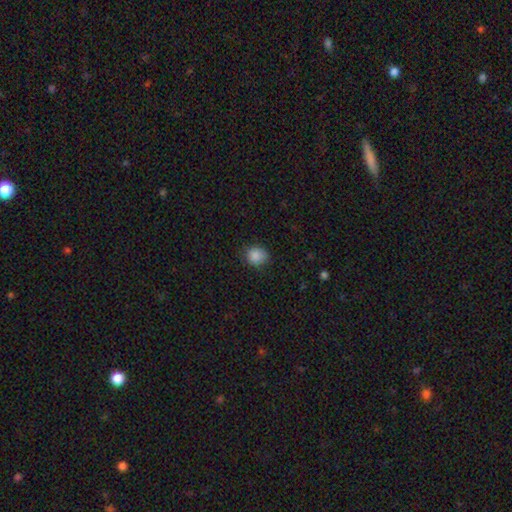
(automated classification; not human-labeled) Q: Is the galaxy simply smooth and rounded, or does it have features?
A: smooth — 87%.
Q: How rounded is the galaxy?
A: round — 74%.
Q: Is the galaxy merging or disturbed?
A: none — 80%.